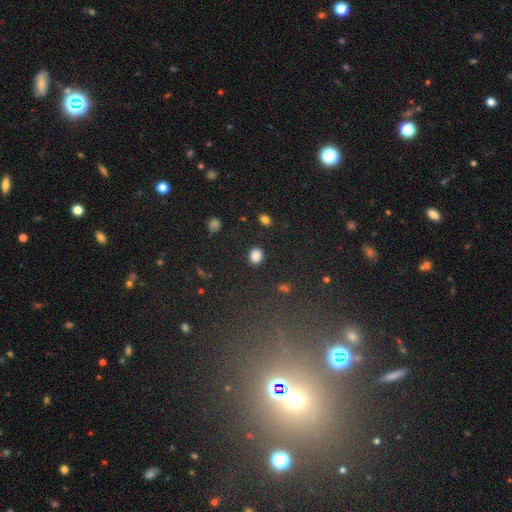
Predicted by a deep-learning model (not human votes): Morphology: type=smooth (85%); roundness=round (61%); merging=none (88%).